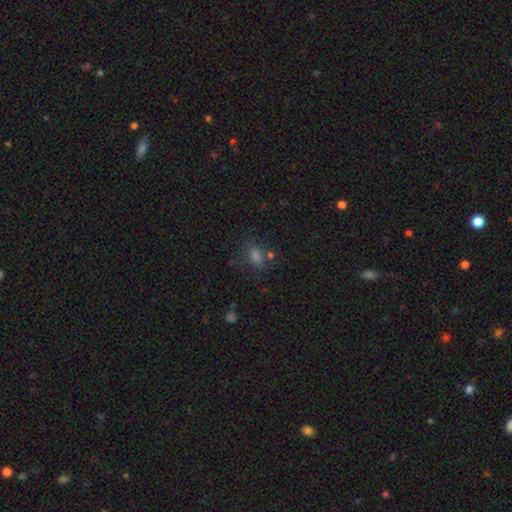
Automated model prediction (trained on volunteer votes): smooth_or_featured: smooth (p=0.57) [alt: star or artifact p=0.31]
how_rounded: in between (p=0.69) [alt: round p=0.24]
merging: none (p=0.68) [alt: minor disturbance p=0.16]